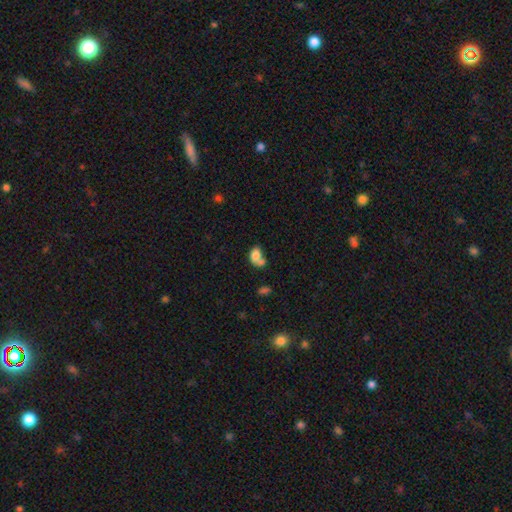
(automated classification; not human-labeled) Smooth or featured? smooth (77%)
How rounded? in between (79%)
Merging? merger (54%)